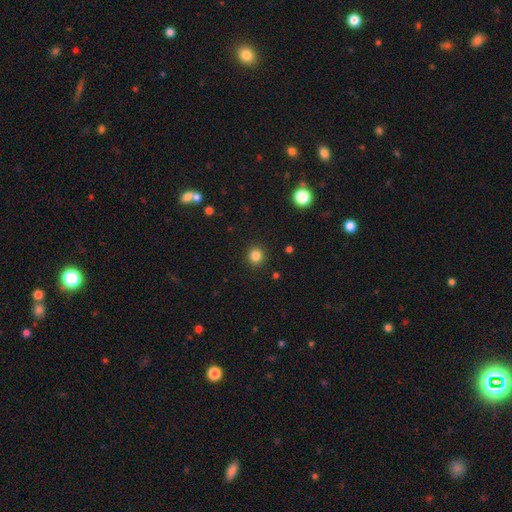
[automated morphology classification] Smooth or featured? smooth (83%)
How rounded? round (92%)
Merging? none (92%)